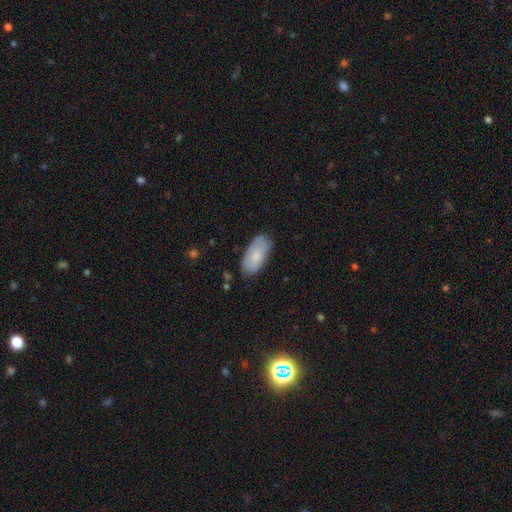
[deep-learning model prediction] Smooth or featured? smooth (76%)
How rounded? in between (92%)
Merging? none (74%)